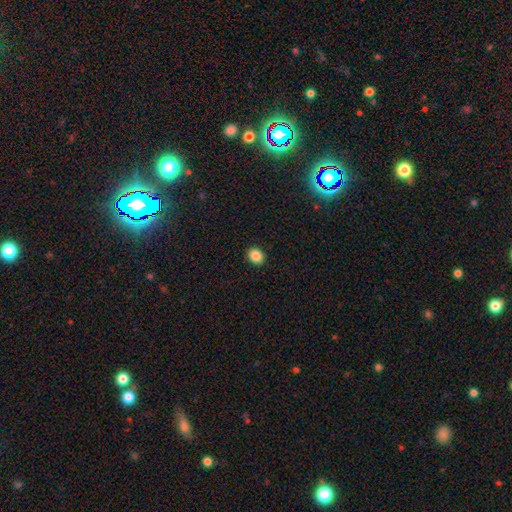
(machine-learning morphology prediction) Smooth or featured: smooth — 87% (star or artifact — 9%)
How rounded: in between — 51% (round — 48%)
Merging: none — 91% (minor disturbance — 6%)